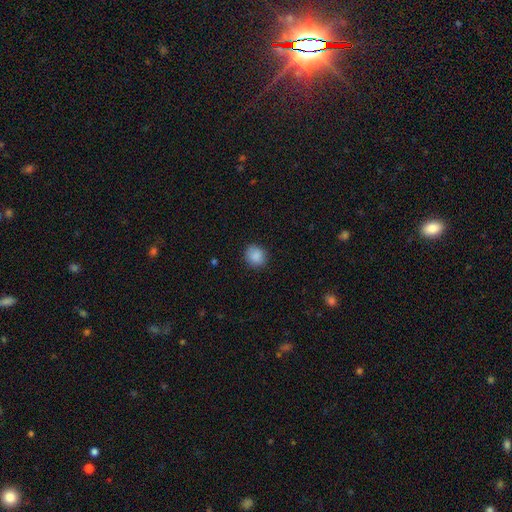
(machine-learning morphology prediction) Smooth or featured?
  - smooth: 88% *
  - star or artifact: 8%
  - featured or disk: 4%
How rounded?
  - round: 79% *
  - in between: 20%
  - cigar-shaped: 1%
Merging?
  - none: 86% *
  - minor disturbance: 11%
  - major disturbance: 3%
  - merger: 1%